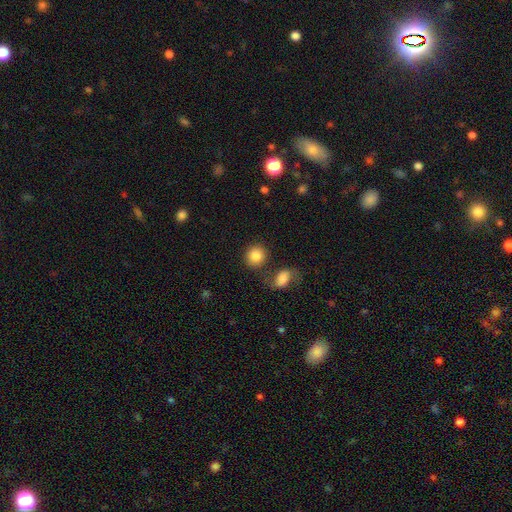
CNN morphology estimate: Smooth or featured: smooth — 85% (star or artifact — 8%)
How rounded: round — 83% (in between — 16%)
Merging: none — 72% (merger — 13%)